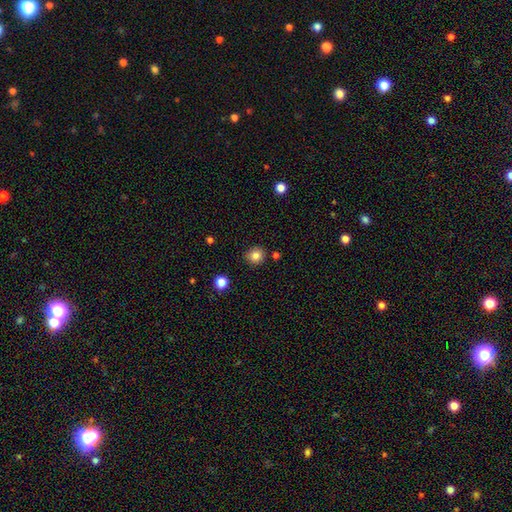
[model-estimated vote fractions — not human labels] Smooth or featured: smooth — 82% (star or artifact — 11%)
How rounded: round — 90% (in between — 9%)
Merging: none — 87% (minor disturbance — 8%)